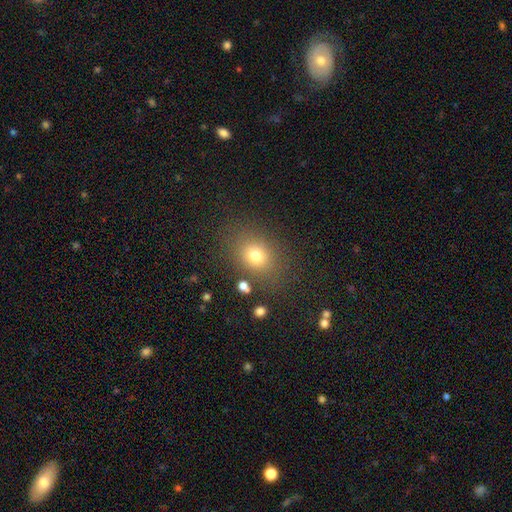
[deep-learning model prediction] Overall: smooth (74%). How rounded: in between (52%; round 46%). Merging: none (79%).